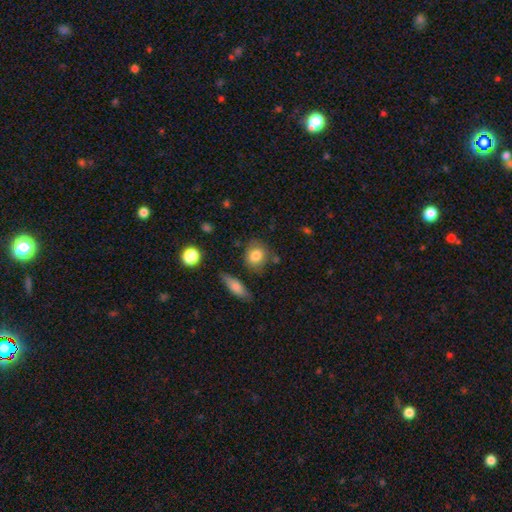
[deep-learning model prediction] smooth_or_featured: smooth (p=0.81) [alt: featured or disk p=0.11]
how_rounded: round (p=0.63) [alt: in between p=0.35]
merging: none (p=0.70) [alt: minor disturbance p=0.19]